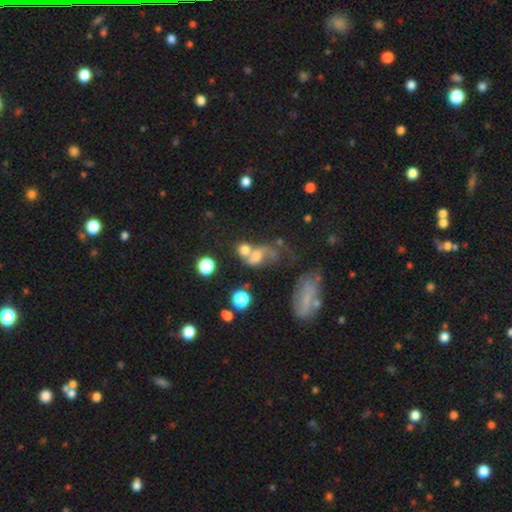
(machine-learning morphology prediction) Q: Smooth or featured?
A: smooth (48%); runner-up: featured or disk (34%)
Q: Merging?
A: merger (50%); runner-up: none (22%)